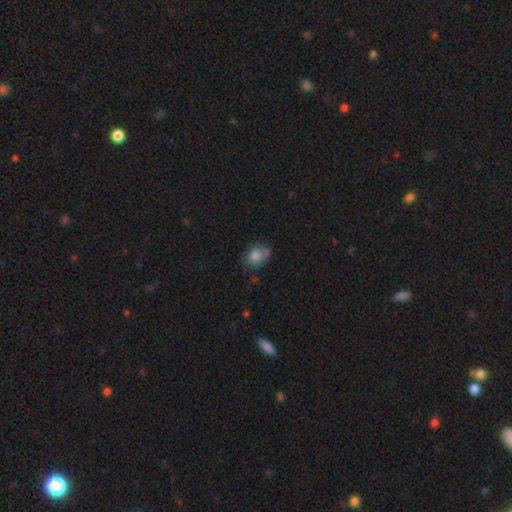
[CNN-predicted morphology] smooth 79%, featured or disk 11%, star or artifact 9%. Down the decision tree: how rounded — in between (59%); merging — none (58%).